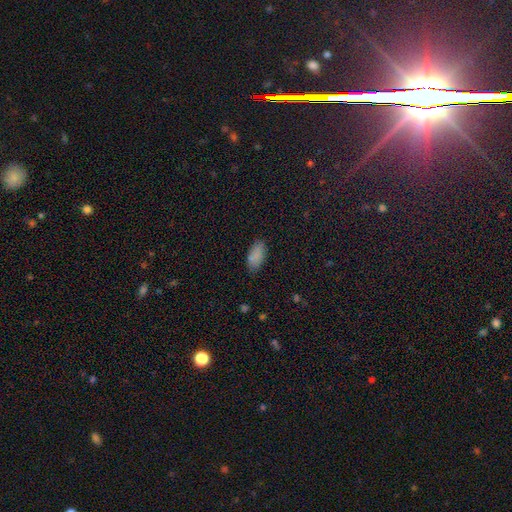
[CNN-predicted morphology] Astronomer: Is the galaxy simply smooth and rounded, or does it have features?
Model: smooth — 86%.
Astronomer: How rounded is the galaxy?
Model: in between — 90%.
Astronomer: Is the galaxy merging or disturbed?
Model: none — 81%.